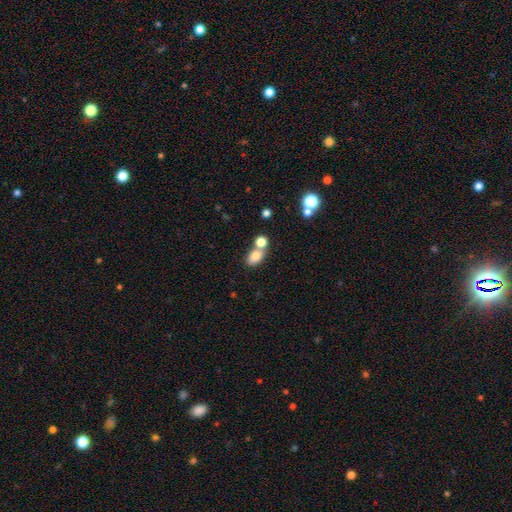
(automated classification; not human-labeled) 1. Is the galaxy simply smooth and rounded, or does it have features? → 78% smooth, 12% featured or disk, 11% star or artifact.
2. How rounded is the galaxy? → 73% in between, 26% round, 2% cigar-shaped.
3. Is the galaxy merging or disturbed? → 45% none, 42% merger, 10% minor disturbance, 4% major disturbance.